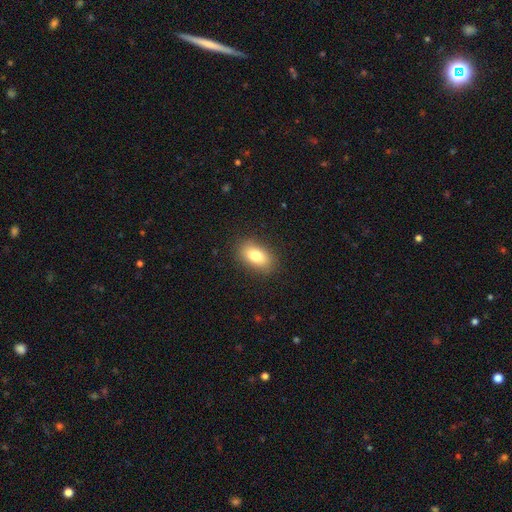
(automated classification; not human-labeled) smooth-or-featured: smooth: 81% | featured or disk: 11% | star or artifact: 8%
  how-rounded: in between: 89% | round: 8% | cigar-shaped: 3%
  merging: none: 86% | minor disturbance: 10% | major disturbance: 3% | merger: 1%